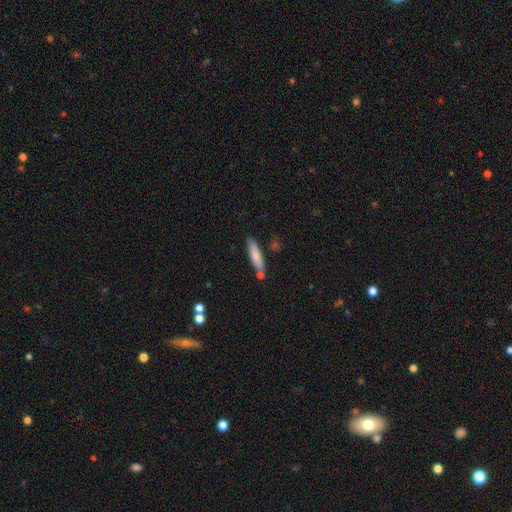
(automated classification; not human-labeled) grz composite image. It shows a smooth galaxy with no disk features (77%) that is cigar-shaped (85%). Merging: none (72%).